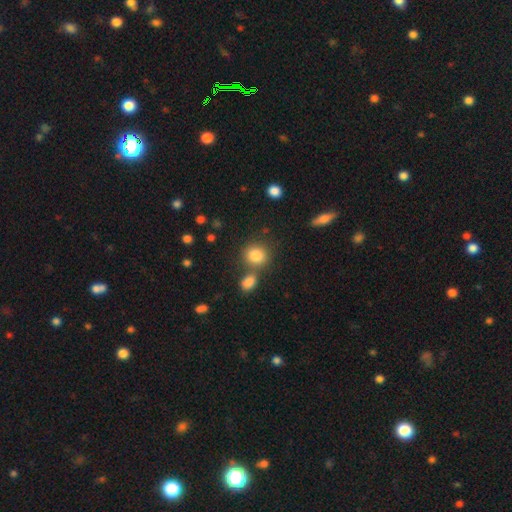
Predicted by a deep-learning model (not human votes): Morphology: type=smooth (83%); roundness=round (75%); merging=none (63%).